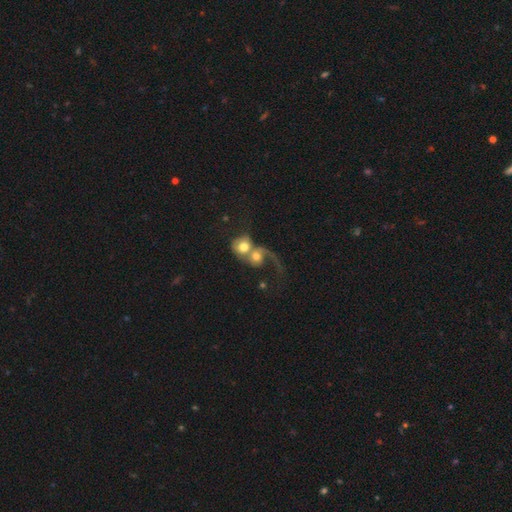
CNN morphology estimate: This is possibly a featured or disk galaxy (50%). Merging: likely merger (75%).